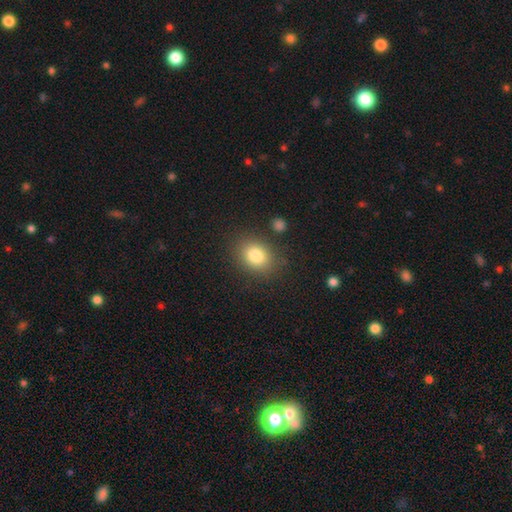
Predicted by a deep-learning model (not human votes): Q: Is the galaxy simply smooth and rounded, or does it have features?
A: smooth — 82%.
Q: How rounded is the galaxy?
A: in between — 56%.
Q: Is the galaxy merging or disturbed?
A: none — 82%.